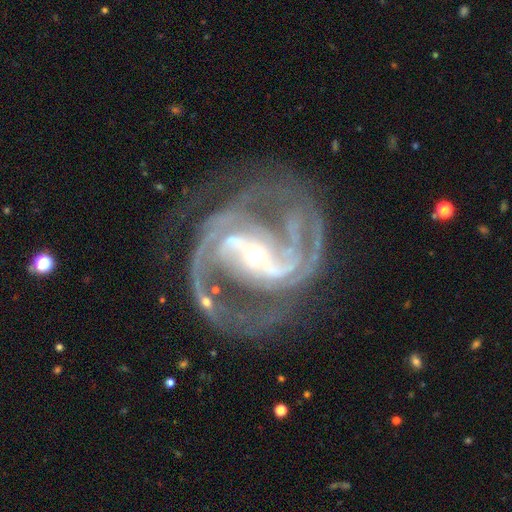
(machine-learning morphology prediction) Smooth or featured? Predicted: featured or disk (p=0.93). Edge-on disk? Predicted: no (p=0.97). Bar? Predicted: strong (p=0.65). Spiral arms? Predicted: yes (p=0.98). Spiral winding? Predicted: medium (p=0.58). Spiral arm count? Predicted: 2 (p=0.81). Bulge size? Predicted: small (p=0.55). Merging? Predicted: none (p=0.66).